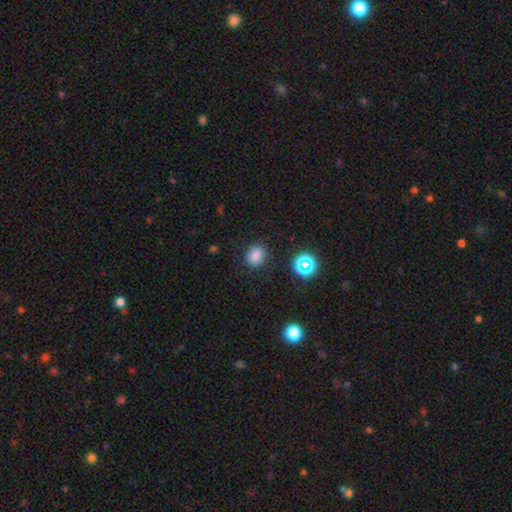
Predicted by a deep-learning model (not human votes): Smooth or featured? smooth (80%)
How rounded? round (59%)
Merging? none (84%)